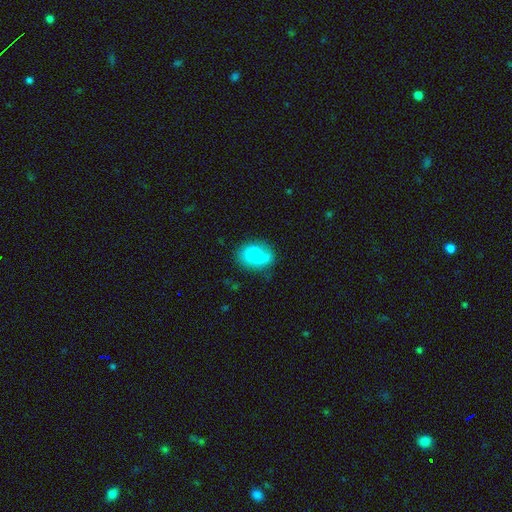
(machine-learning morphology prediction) A smooth galaxy with no disk features (51%) that is in between round and cigar-shaped (68%).

Vote fractions:
- Smooth or featured? smooth: 51% / featured or disk: 40% / star or artifact: 9%
- How rounded? in between: 68% / round: 30% / cigar-shaped: 1%
- Merging? none: 59% / minor disturbance: 25% / major disturbance: 13% / merger: 3%